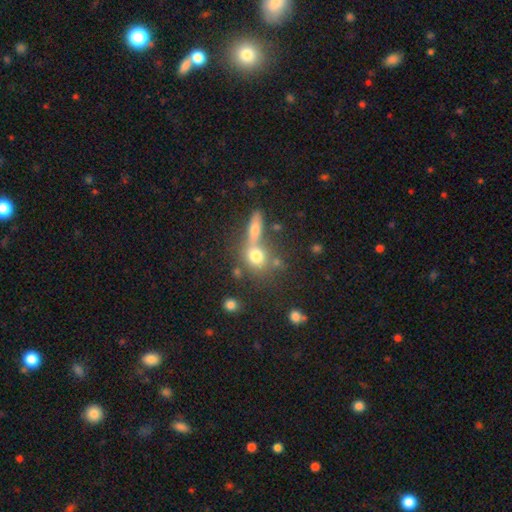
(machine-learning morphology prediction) The model was most divided on "merging": none: 45%, merger: 41%, minor disturbance: 9%, major disturbance: 5%. More confident: smooth or featured — smooth (72%); how rounded — round (65%).